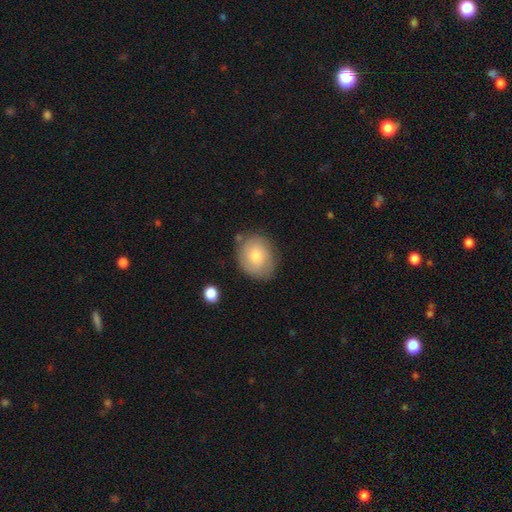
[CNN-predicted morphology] This is likely a smooth galaxy (70%). How rounded: possibly round (56%). Merging: likely none (76%).